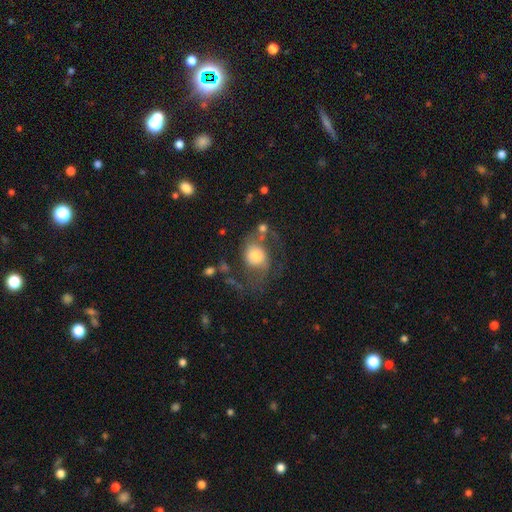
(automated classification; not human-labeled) A smooth galaxy with no disk features (46%). Merging: none (37%).